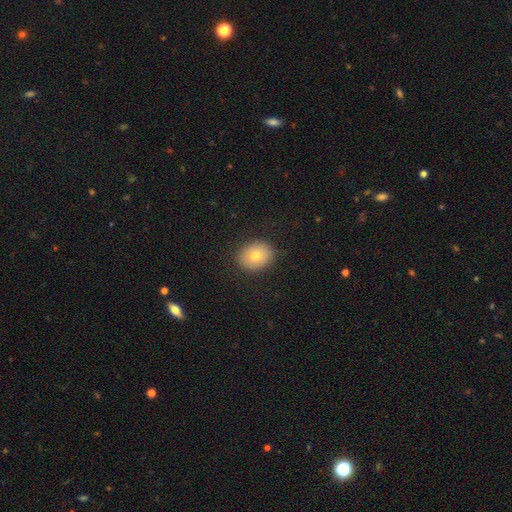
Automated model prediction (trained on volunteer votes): smooth_or_featured: smooth (p=0.75) [alt: featured or disk p=0.15]
how_rounded: round (p=0.58) [alt: in between p=0.41]
merging: none (p=0.87) [alt: minor disturbance p=0.09]